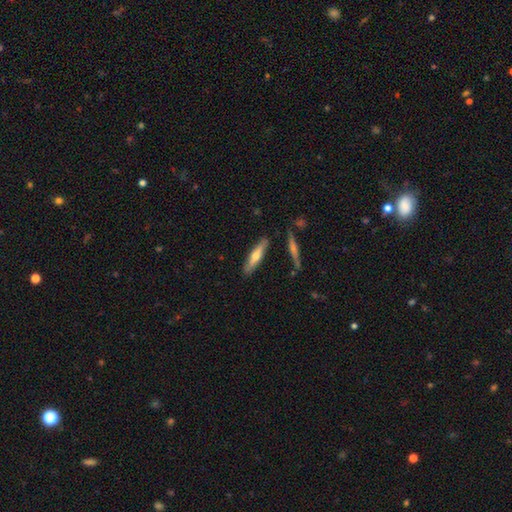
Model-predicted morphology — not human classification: smooth_or_featured: smooth (p=0.50) [alt: featured or disk p=0.44]
how_rounded: cigar-shaped (p=0.80) [alt: in between p=0.18]
merging: none (p=0.84) [alt: minor disturbance p=0.10]